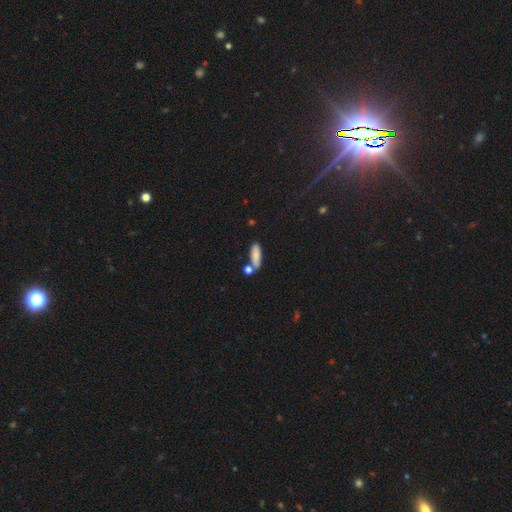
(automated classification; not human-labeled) Morphology: type=smooth (83%); roundness=in between (57%); merging=none (63%).